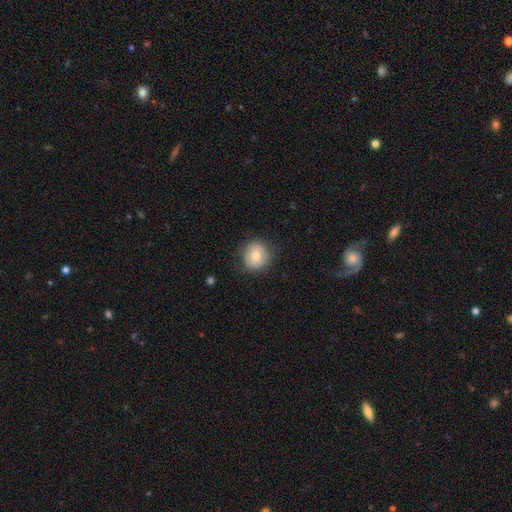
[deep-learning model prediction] Smooth or featured: smooth — 73% (featured or disk — 18%)
How rounded: round — 88% (in between — 11%)
Merging: none — 82% (minor disturbance — 14%)